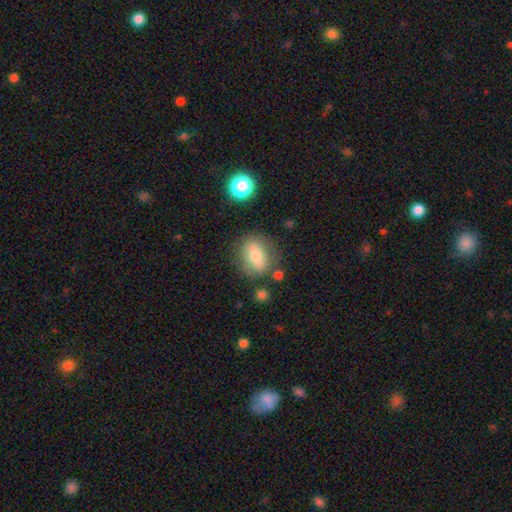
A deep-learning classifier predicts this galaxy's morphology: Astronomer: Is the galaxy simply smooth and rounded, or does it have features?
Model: smooth — 64%.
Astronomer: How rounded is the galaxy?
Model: in between — 58% (runner-up: round, 37%).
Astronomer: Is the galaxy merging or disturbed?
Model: none — 77%.